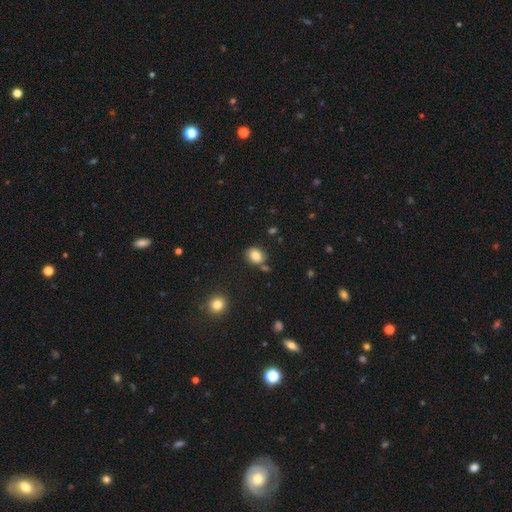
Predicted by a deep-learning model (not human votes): Smooth or featured? smooth (84%)
How rounded? round (61%)
Merging? none (77%)